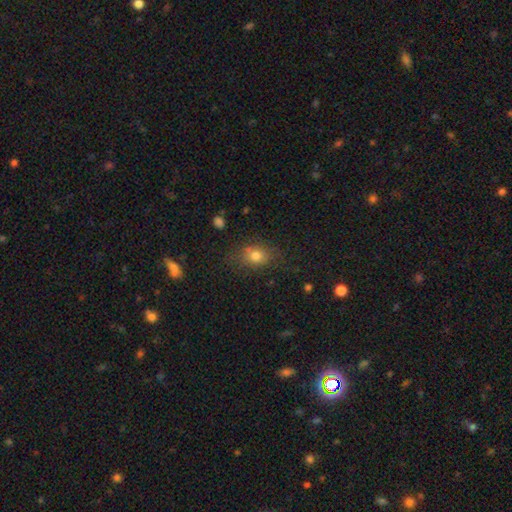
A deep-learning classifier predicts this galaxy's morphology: Q: Smooth or featured?
A: smooth (75%); runner-up: star or artifact (13%)
Q: How rounded?
A: in between (57%); runner-up: round (41%)
Q: Merging?
A: none (70%); runner-up: minor disturbance (19%)